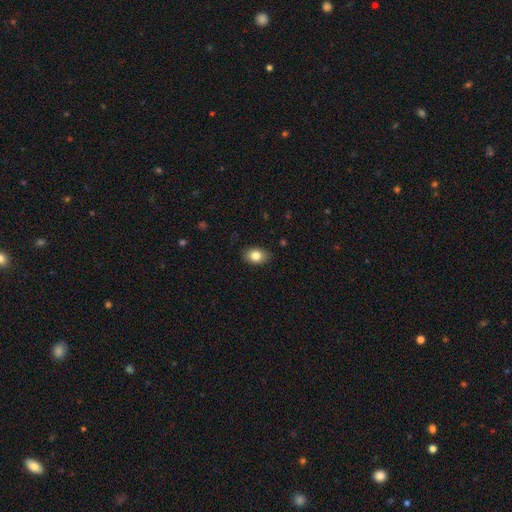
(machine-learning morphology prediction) Smooth or featured? smooth (83%)
How rounded? in between (77%)
Merging? none (86%)